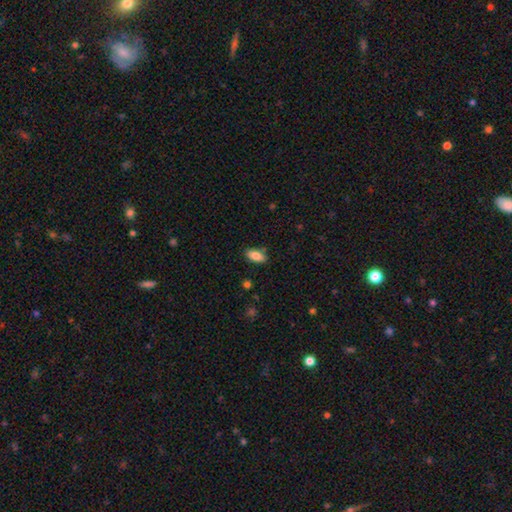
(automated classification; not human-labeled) Smooth or featured? smooth (86%)
How rounded? in between (90%)
Merging? none (83%)